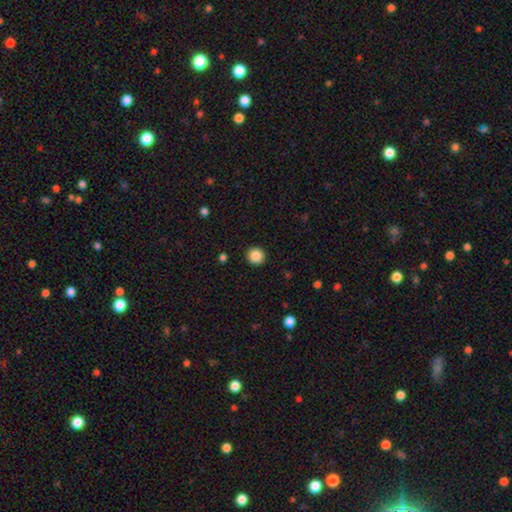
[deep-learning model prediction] smooth_or_featured: smooth (p=0.86) [alt: star or artifact p=0.10]
how_rounded: round (p=0.94) [alt: in between p=0.05]
merging: none (p=0.93) [alt: minor disturbance p=0.05]